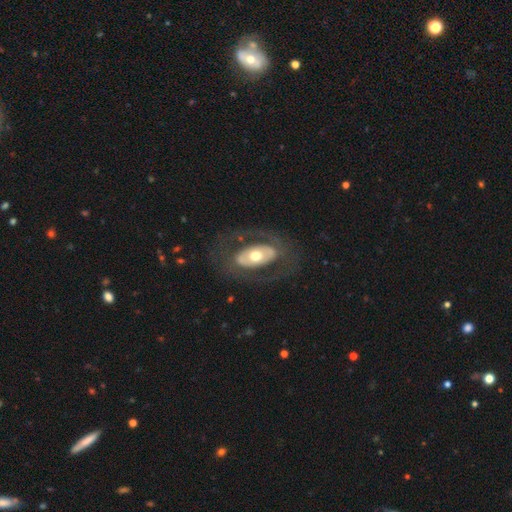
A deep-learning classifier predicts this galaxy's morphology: The model was most divided on "smooth or featured": featured or disk: 62%, smooth: 33%, star or artifact: 5%. More confident: edge-on disk — no (91%); merging — none (74%); bar — no (74%); spiral arms — no (71%); bulge size — moderate (67%).